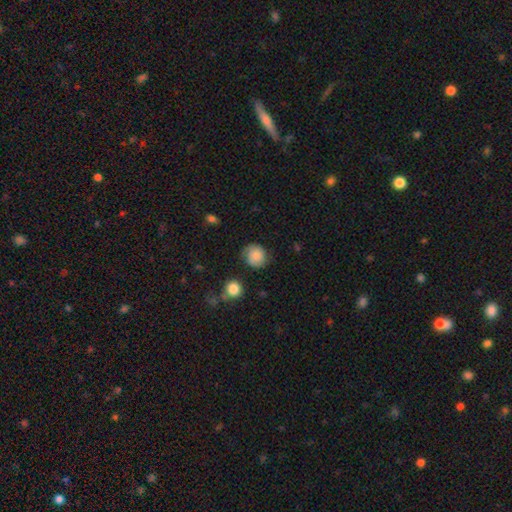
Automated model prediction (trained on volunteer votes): smooth_or_featured: smooth (p=0.61) [alt: featured or disk p=0.30]
how_rounded: round (p=0.81) [alt: in between p=0.18]
merging: none (p=0.66) [alt: minor disturbance p=0.23]